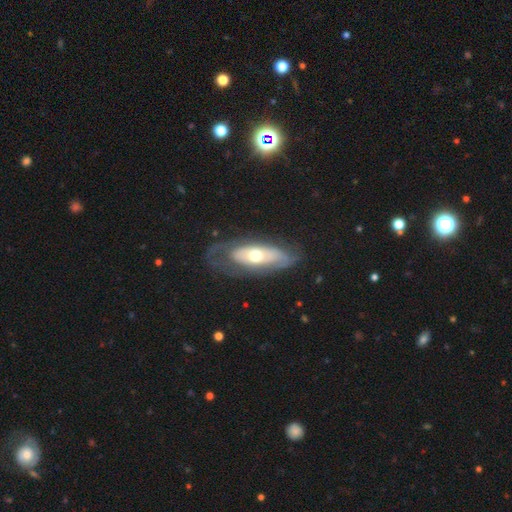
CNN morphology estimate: featured or disk 64%, smooth 31%, star or artifact 5%. Down the decision tree: edge-on disk — no (83%); bar — no (83%); spiral arms — no (55%); bulge size — moderate (70%); merging — none (58%).